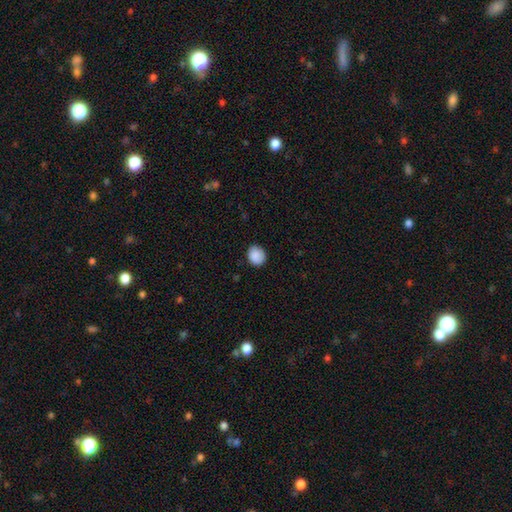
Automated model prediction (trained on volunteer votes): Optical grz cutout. It shows a smooth galaxy with no disk features (88%) that is round (71%). Merging: none (84%).